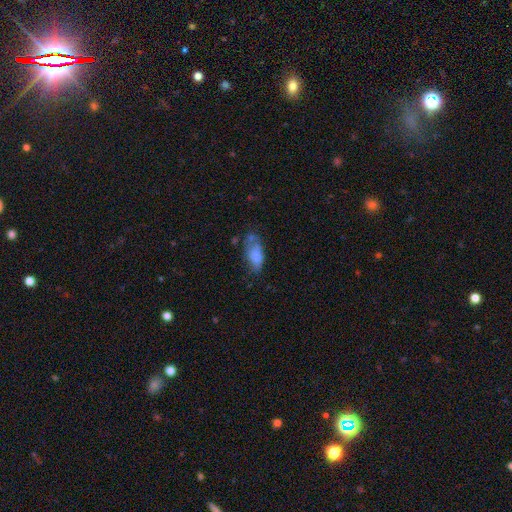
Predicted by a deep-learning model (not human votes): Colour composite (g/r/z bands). It shows a smooth galaxy with no disk features (70%) that is in between round and cigar-shaped (87%). Merging: none (38%).